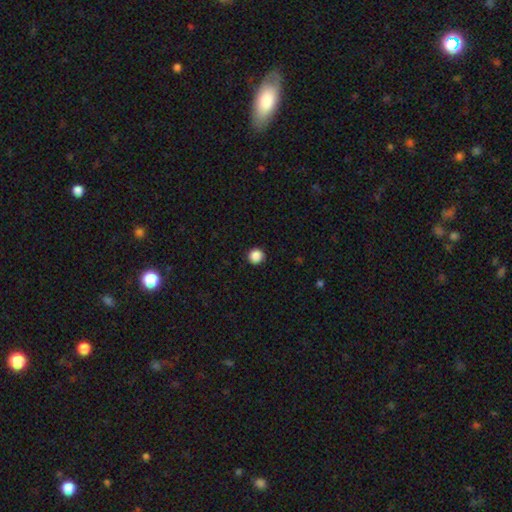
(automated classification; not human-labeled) Overall: smooth (87%). How rounded: round (96%). Merging: none (93%).